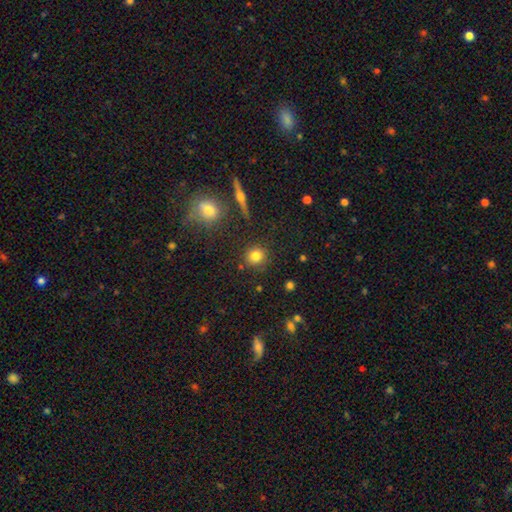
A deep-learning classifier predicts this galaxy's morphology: A smooth galaxy with no disk features (80%) that is round (89%). Merging: none (87%).